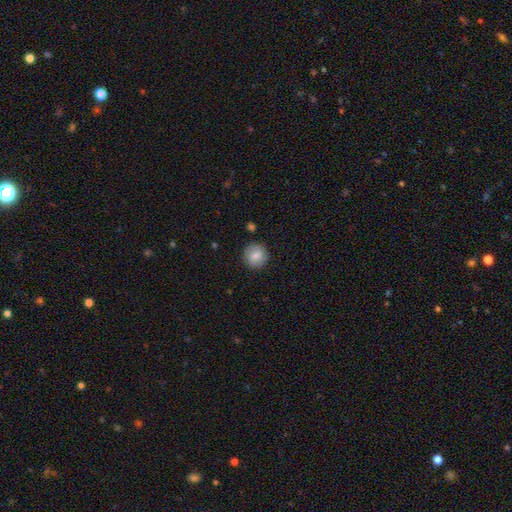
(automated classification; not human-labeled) A smooth galaxy with no disk features (84%) that is round (93%).

Vote fractions:
- Smooth or featured? smooth: 84% / featured or disk: 9% / star or artifact: 8%
- How rounded? round: 93% / in between: 6% / cigar-shaped: 1%
- Merging? none: 89% / minor disturbance: 7% / major disturbance: 2% / merger: 2%